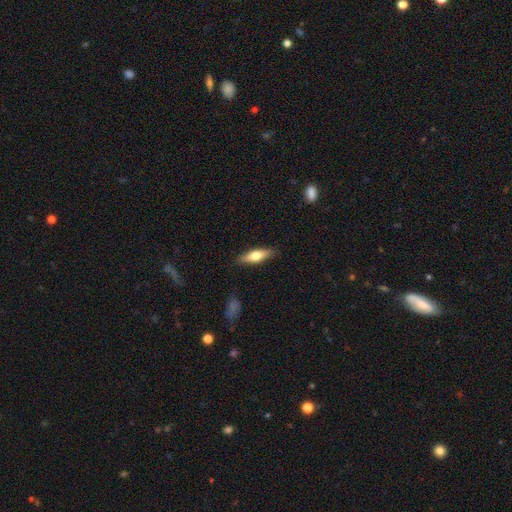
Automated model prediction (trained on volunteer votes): The model was most divided on "how rounded": cigar-shaped: 55%, in between: 43%, round: 2%. More confident: merging — none (87%); smooth or featured — smooth (62%).